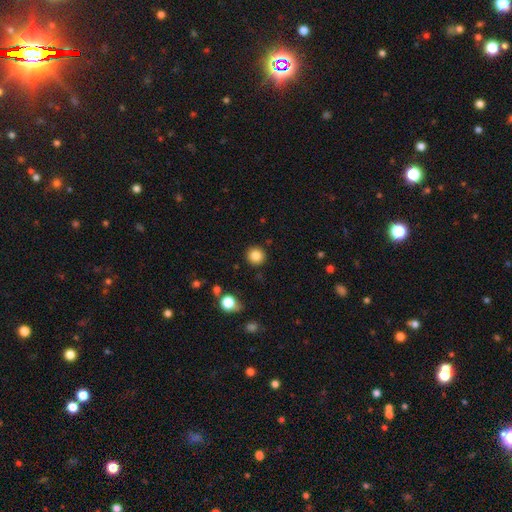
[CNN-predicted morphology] Overall: smooth (84%). How rounded: round (94%). Merging: none (91%).